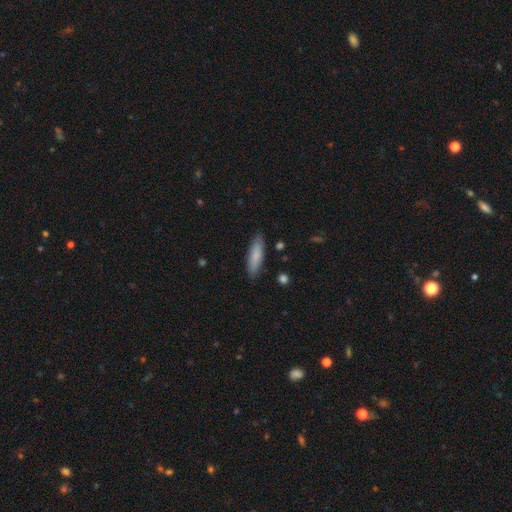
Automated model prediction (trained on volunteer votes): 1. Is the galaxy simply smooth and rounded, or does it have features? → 80% smooth, 14% featured or disk, 6% star or artifact.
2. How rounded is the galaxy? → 65% cigar-shaped, 33% in between, 2% round.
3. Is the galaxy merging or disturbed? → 86% none, 10% minor disturbance, 2% major disturbance, 1% merger.